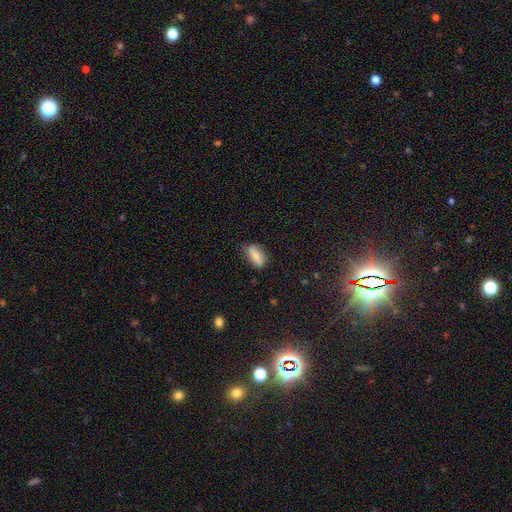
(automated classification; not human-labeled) The model was most divided on "merging": none: 69%, minor disturbance: 24%, major disturbance: 6%, merger: 2%. More confident: how rounded — in between (79%); smooth or featured — smooth (79%).